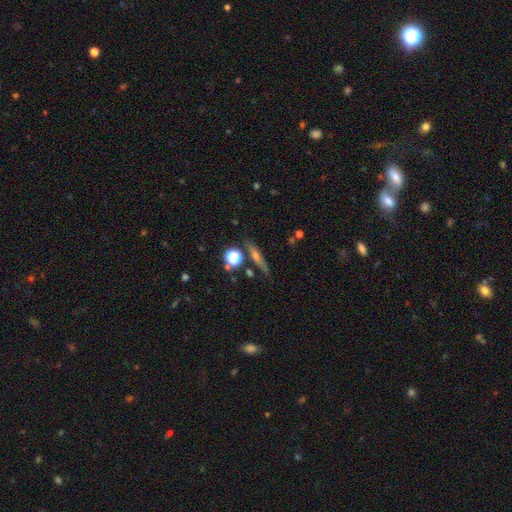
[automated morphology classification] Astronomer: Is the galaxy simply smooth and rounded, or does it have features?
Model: featured or disk — 49% (runner-up: smooth, 35%).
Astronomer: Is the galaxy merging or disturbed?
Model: none — 81%.